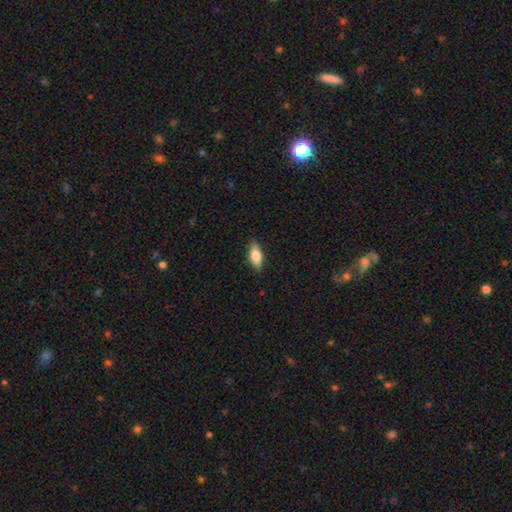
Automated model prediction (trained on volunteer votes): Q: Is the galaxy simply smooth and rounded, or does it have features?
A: smooth — 69%.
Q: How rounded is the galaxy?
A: in between — 79%.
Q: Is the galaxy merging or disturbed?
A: none — 86%.